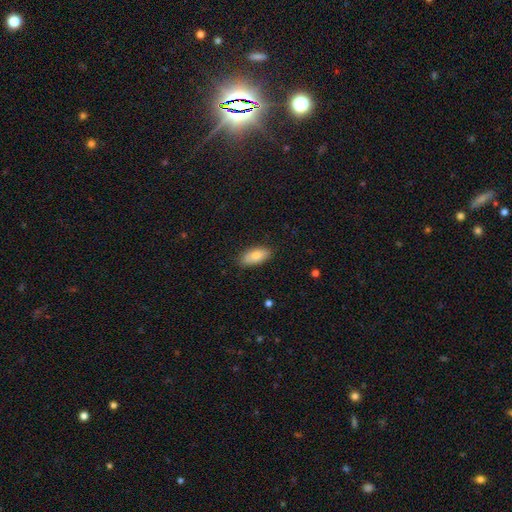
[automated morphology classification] type=smooth (82%); roundness=in between (88%); merging=none (83%).